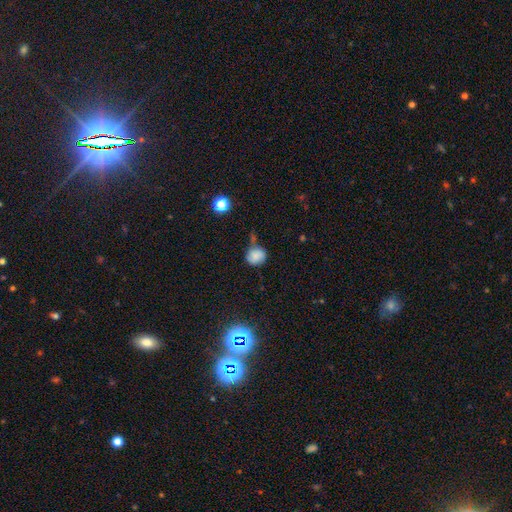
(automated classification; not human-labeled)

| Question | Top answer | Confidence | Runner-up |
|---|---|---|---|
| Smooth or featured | smooth | 77% | featured or disk (12%) |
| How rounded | round | 78% | in between (21%) |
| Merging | none | 50% | minor disturbance (28%) |